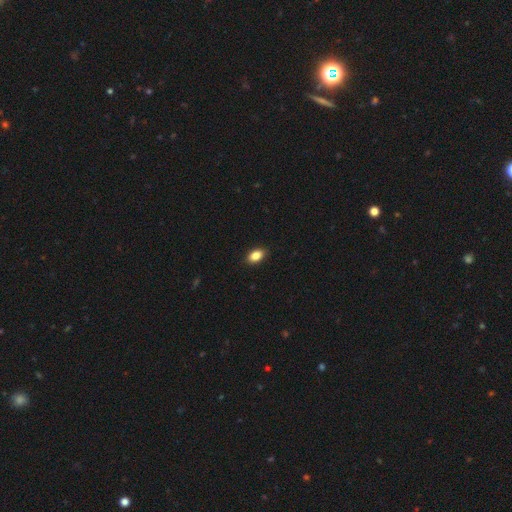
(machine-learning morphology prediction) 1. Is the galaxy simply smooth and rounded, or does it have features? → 87% smooth, 8% star or artifact, 5% featured or disk.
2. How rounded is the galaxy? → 89% in between, 9% round, 2% cigar-shaped.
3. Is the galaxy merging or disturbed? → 89% none, 8% minor disturbance, 2% major disturbance, 1% merger.